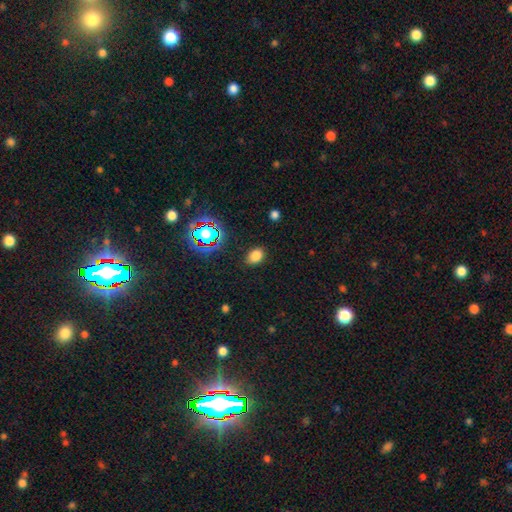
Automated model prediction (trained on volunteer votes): smooth 77%, star or artifact 17%, featured or disk 6%. Down the decision tree: how rounded — in between (80%); merging — none (85%).